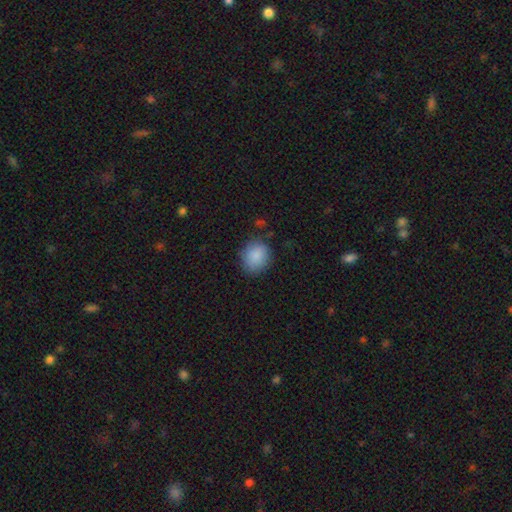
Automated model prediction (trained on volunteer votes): A smooth galaxy with no disk features (87%) that is round (69%).

Vote fractions:
- Smooth or featured? smooth: 87% / star or artifact: 8% / featured or disk: 5%
- How rounded? round: 69% / in between: 30% / cigar-shaped: 1%
- Merging? none: 80% / minor disturbance: 14% / major disturbance: 4% / merger: 2%